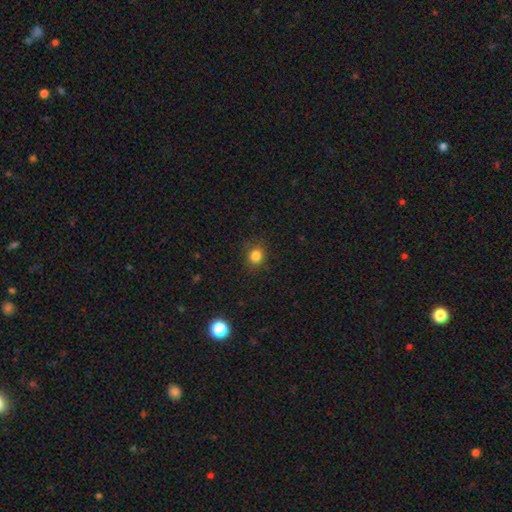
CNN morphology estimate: This appears to be a smooth galaxy with no disk features (83%) that is round (81%). Merging: none (85%).